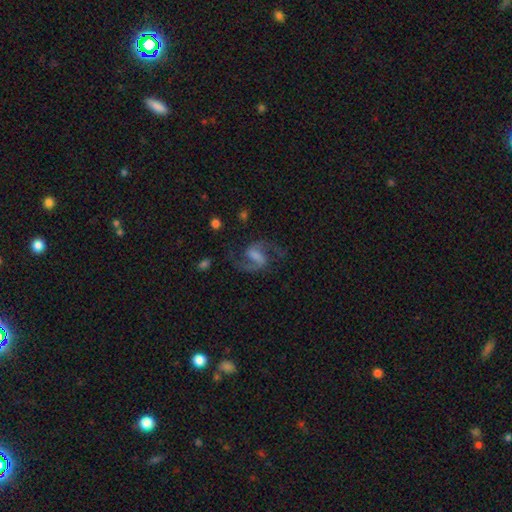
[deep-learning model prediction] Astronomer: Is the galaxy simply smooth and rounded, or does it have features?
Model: featured or disk — 87%.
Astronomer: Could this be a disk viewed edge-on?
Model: no — 98%.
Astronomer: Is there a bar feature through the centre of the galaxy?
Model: weak — 49% (runner-up: strong, 36%).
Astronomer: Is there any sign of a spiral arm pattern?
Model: yes — 97%.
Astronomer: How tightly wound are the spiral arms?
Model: medium — 56% (runner-up: loose, 36%).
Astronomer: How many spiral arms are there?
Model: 2 — 94%.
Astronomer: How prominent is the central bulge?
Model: none — 35% (runner-up: moderate, 26%).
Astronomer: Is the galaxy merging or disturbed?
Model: none — 75%.